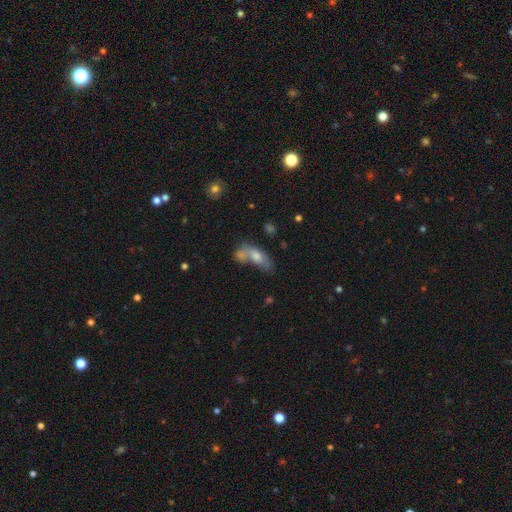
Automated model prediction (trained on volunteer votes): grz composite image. It shows a smooth galaxy with no disk features (60%) that is in between round and cigar-shaped (75%). Merging: merger (48%).